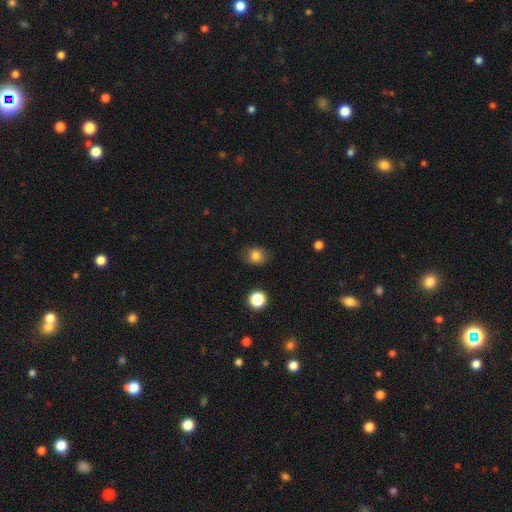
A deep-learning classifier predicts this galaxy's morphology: Smooth or featured? Predicted: smooth (p=0.81). How rounded? Predicted: round (p=0.61). Merging? Predicted: none (p=0.79).